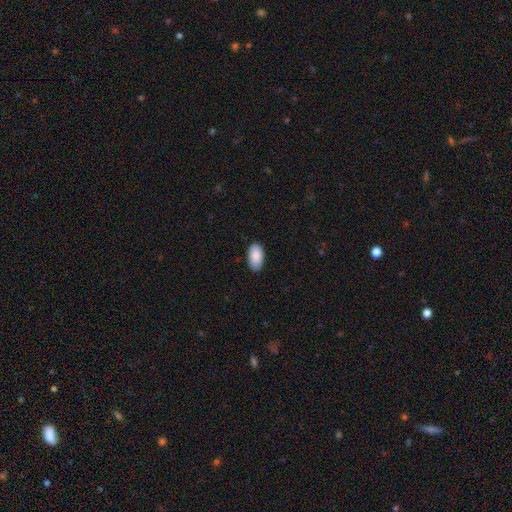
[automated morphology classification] smooth_or_featured: smooth (p=0.88) [alt: star or artifact p=0.06]
how_rounded: in between (p=0.95) [alt: round p=0.03]
merging: none (p=0.86) [alt: minor disturbance p=0.11]